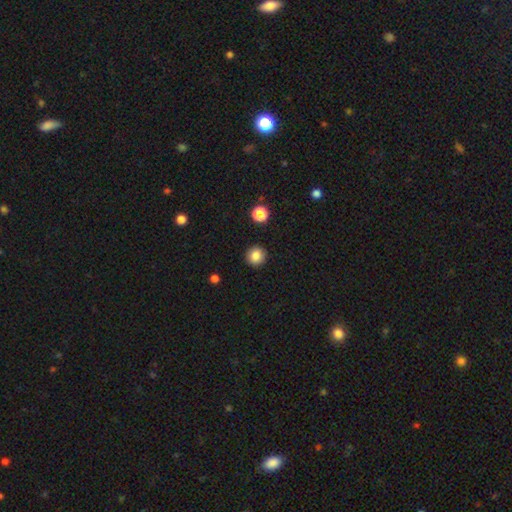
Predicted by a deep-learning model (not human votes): The model was most divided on "smooth or featured": smooth: 85%, star or artifact: 10%, featured or disk: 4%. More confident: how rounded — round (92%); merging — none (92%).